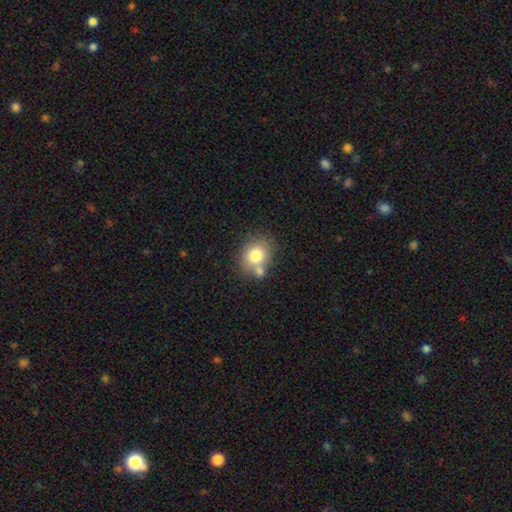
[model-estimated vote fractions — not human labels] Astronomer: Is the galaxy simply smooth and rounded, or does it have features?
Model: smooth — 77%.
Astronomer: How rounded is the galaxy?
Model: round — 63%.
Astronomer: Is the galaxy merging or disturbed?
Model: none — 56%.